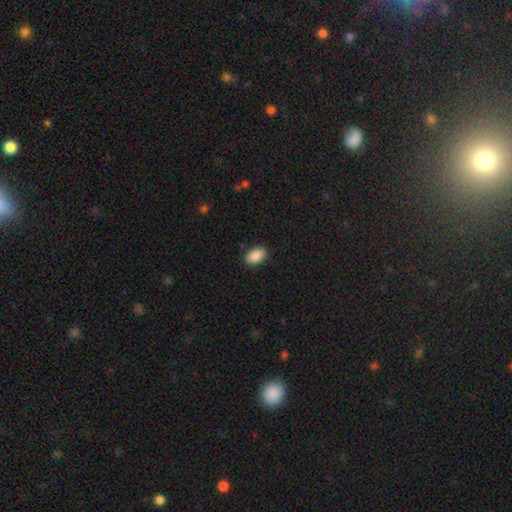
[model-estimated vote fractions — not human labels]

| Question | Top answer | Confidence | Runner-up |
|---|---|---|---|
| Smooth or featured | smooth | 90% | star or artifact (7%) |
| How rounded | in between | 91% | round (7%) |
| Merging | none | 89% | minor disturbance (8%) |